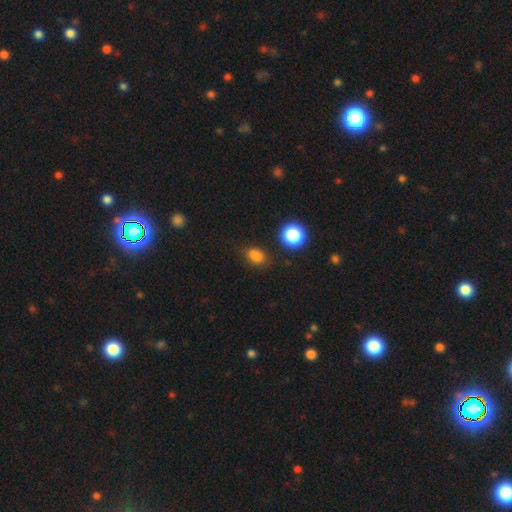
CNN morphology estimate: smooth-or-featured: smooth: 80% | star or artifact: 15% | featured or disk: 5%
  how-rounded: in between: 69% | round: 28% | cigar-shaped: 2%
  merging: none: 72% | minor disturbance: 18% | major disturbance: 5% | merger: 4%